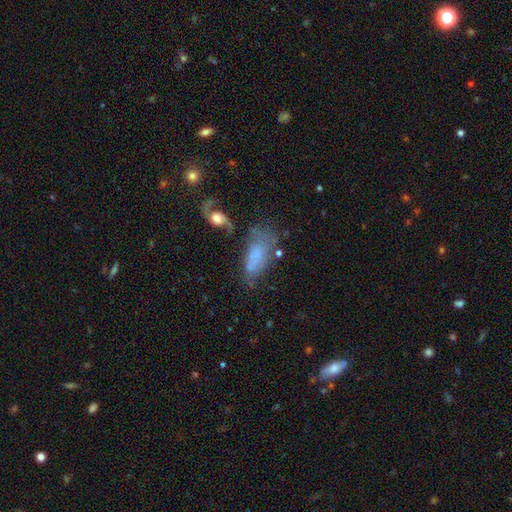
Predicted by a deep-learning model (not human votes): Smooth or featured? Predicted: smooth (p=0.51). How rounded? Predicted: in between (p=0.83). Merging? Predicted: none (p=0.37).